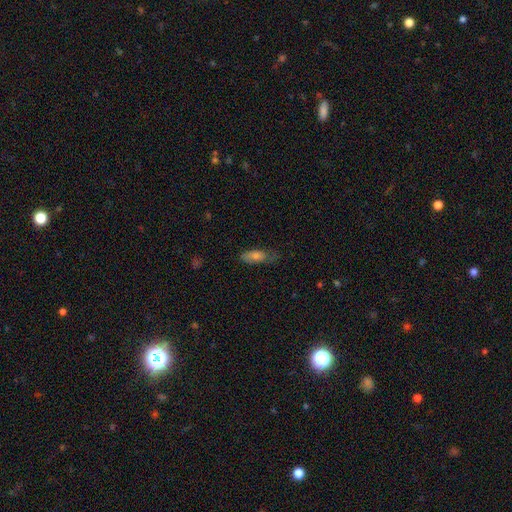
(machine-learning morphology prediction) Overall: smooth (64%; featured or disk 26%). How rounded: in between (70%). Merging: none (63%; minor disturbance 27%).